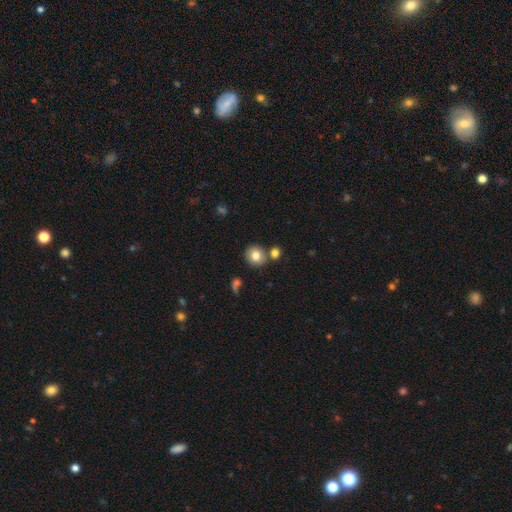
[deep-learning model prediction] Smooth or featured? smooth (80%)
How rounded? round (84%)
Merging? none (73%)